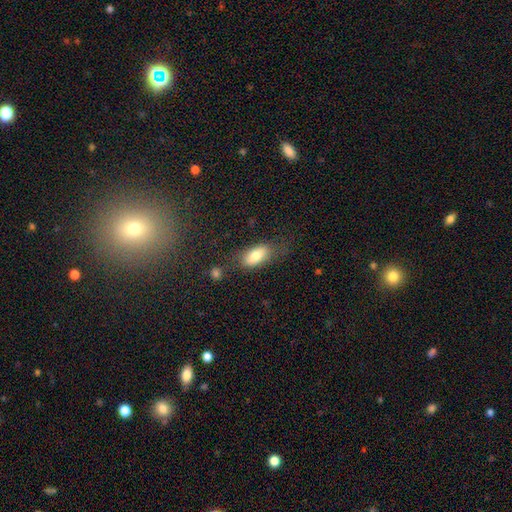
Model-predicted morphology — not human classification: Q: Smooth or featured?
A: smooth (77%); runner-up: featured or disk (15%)
Q: How rounded?
A: in between (87%); runner-up: cigar-shaped (9%)
Q: Merging?
A: none (64%); runner-up: minor disturbance (21%)